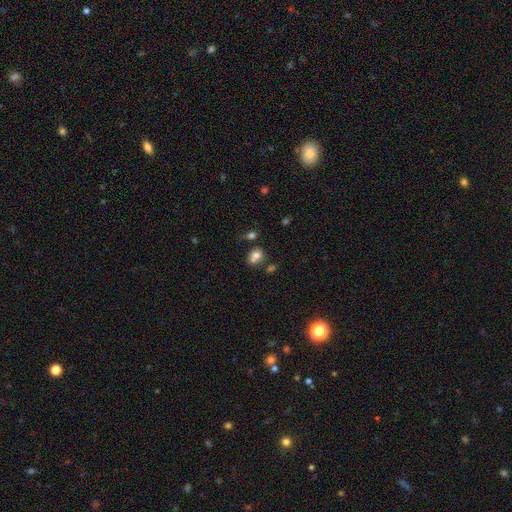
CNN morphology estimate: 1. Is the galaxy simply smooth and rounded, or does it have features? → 75% smooth, 13% featured or disk, 12% star or artifact.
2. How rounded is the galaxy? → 51% round, 48% in between, 1% cigar-shaped.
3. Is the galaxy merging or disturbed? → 40% none, 39% merger, 14% minor disturbance, 6% major disturbance.